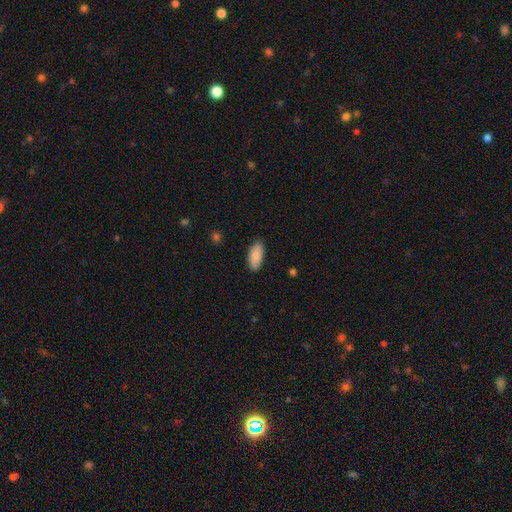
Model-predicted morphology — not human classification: Smooth or featured? smooth (87%)
How rounded? in between (87%)
Merging? none (87%)